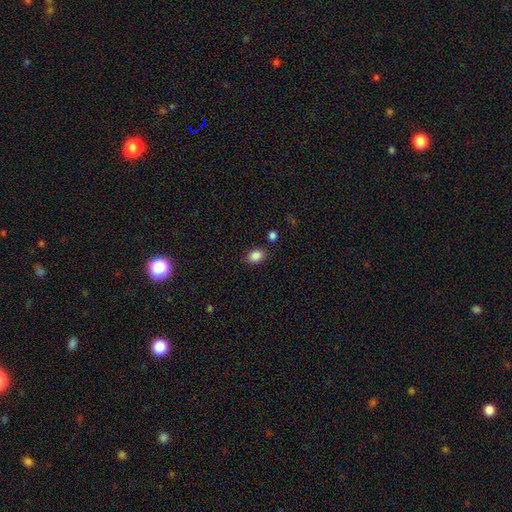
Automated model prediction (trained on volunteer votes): Smooth or featured? Predicted: smooth (p=0.87). How rounded? Predicted: in between (p=0.69). Merging? Predicted: none (p=0.80).